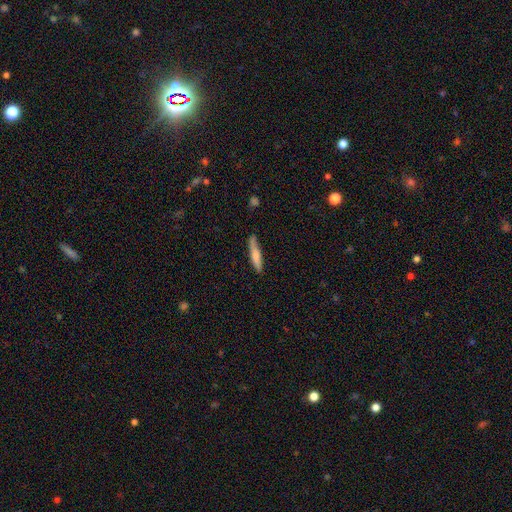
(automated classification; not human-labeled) Overall: smooth (71%). How rounded: cigar-shaped (87%). Merging: none (76%).